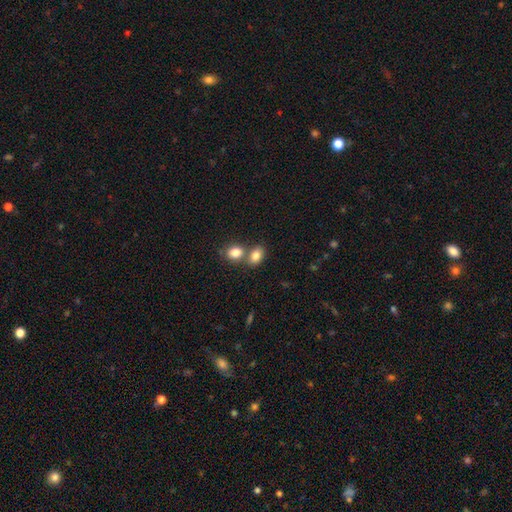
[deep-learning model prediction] Q: Smooth or featured?
A: smooth (82%); runner-up: star or artifact (9%)
Q: How rounded?
A: in between (72%); runner-up: round (27%)
Q: Merging?
A: merger (44%); tied with: none (44%)